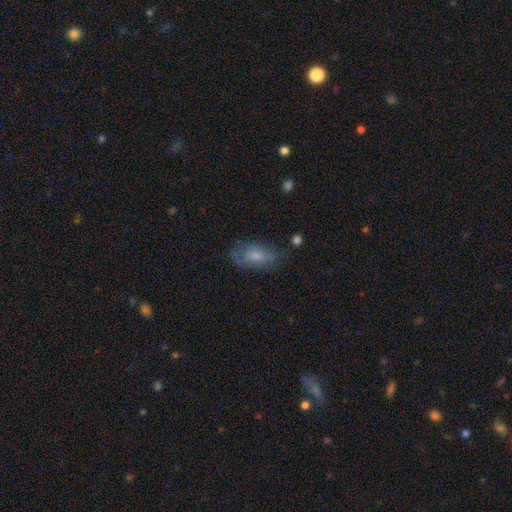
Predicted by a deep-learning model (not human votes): Smooth or featured: smooth — 62% (featured or disk — 30%)
How rounded: in between — 88% (cigar-shaped — 7%)
Merging: none — 56% (minor disturbance — 27%)